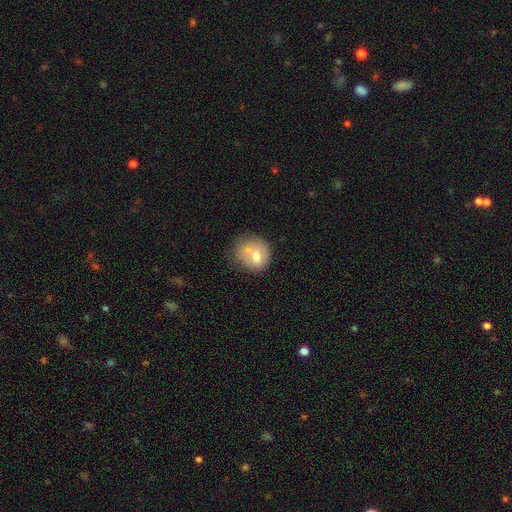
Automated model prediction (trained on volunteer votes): Smooth or featured? smooth (66%)
How rounded? round (80%)
Merging? none (43%)